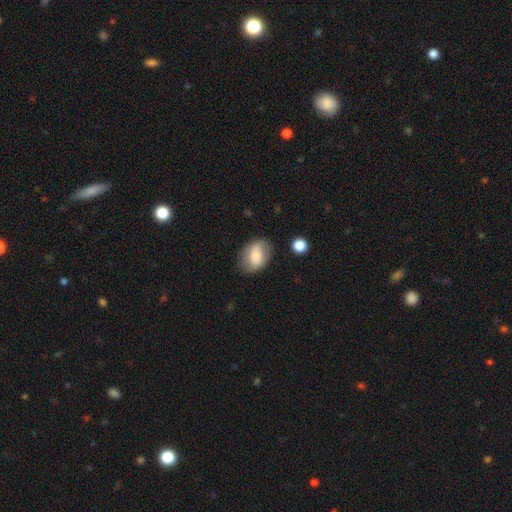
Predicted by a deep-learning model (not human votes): smooth-or-featured: smooth: 71% | featured or disk: 21% | star or artifact: 8%
  how-rounded: in between: 80% | round: 18% | cigar-shaped: 2%
  merging: none: 71% | minor disturbance: 21% | major disturbance: 6% | merger: 2%